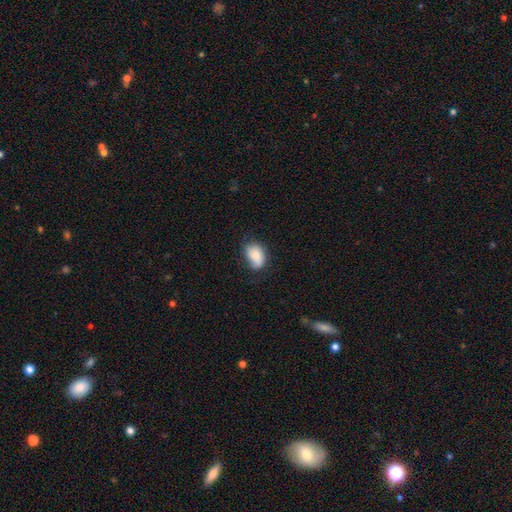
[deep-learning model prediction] smooth_or_featured: smooth (p=0.77) [alt: featured or disk p=0.15]
how_rounded: in between (p=0.84) [alt: round p=0.14]
merging: none (p=0.52) [alt: minor disturbance p=0.33]